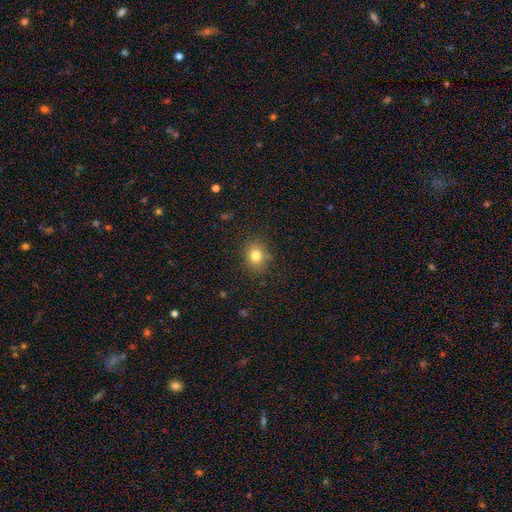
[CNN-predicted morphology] smooth_or_featured: smooth (p=0.80) [alt: star or artifact p=0.12]
how_rounded: round (p=0.56) [alt: in between p=0.43]
merging: none (p=0.84) [alt: minor disturbance p=0.11]